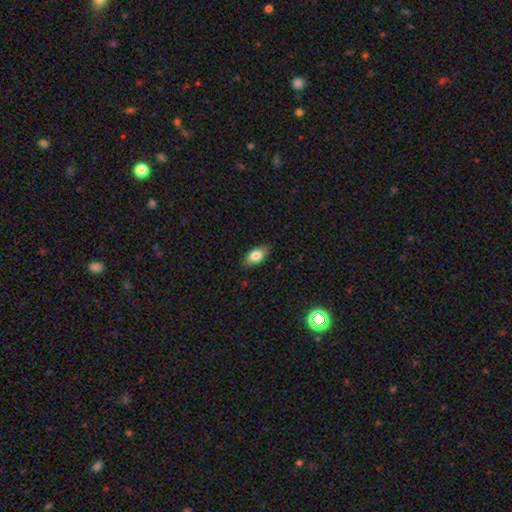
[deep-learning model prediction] This is clearly a smooth galaxy (80%). How rounded: clearly in between (89%). Merging: clearly none (84%).